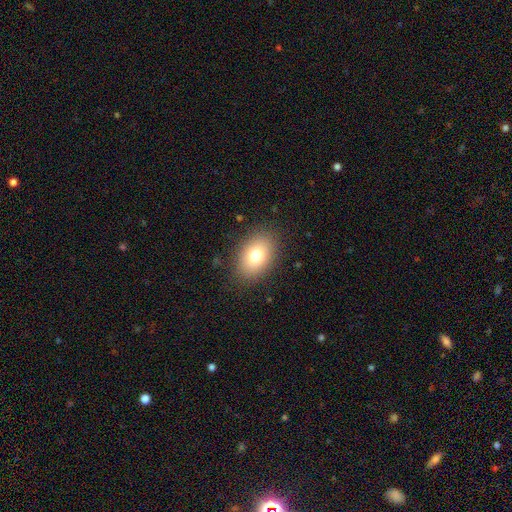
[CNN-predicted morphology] This appears to be a smooth galaxy with no disk features (76%) that is in between round and cigar-shaped (80%). Merging: none (86%).